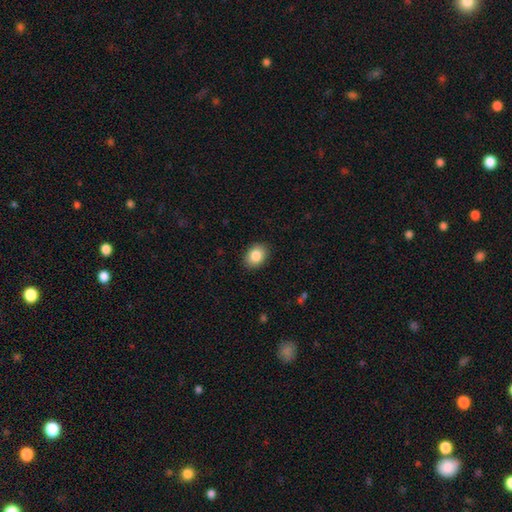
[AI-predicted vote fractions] smooth 86%, star or artifact 8%, featured or disk 6%. Down the decision tree: how rounded — in between (66%); merging — none (89%).